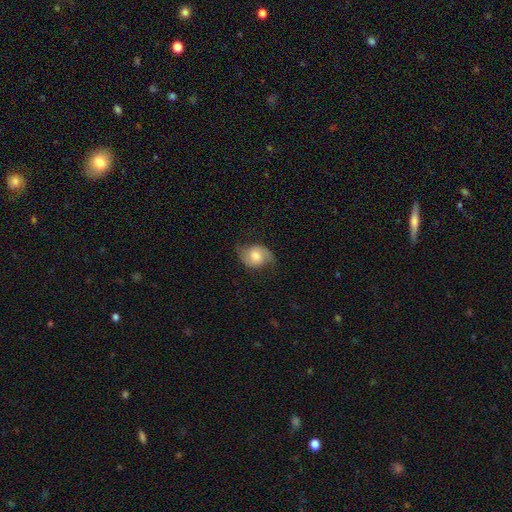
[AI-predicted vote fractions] A featured or disk galaxy (56%) with no bar (51%), spiral arms (89%) and a moderate central bulge (59%).

Vote fractions:
- Smooth or featured? featured or disk: 56% / smooth: 36% / star or artifact: 8%
- Edge-on disk? no: 97% / yes: 3%
- Bar? no: 51% / weak: 39% / strong: 10%
- Spiral arms? yes: 89% / no: 11%
- Bulge size? moderate: 59% / small: 19% / large: 16% / none: 4% / dominant: 2%
- Merging? none: 69% / minor disturbance: 21% / major disturbance: 9% / merger: 1%